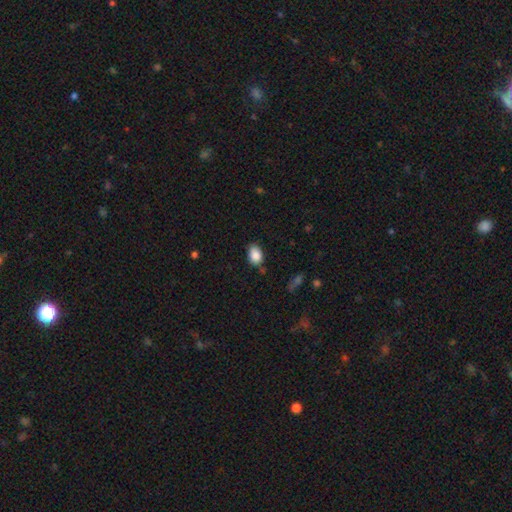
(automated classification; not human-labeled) Smooth or featured? Predicted: smooth (p=0.87). How rounded? Predicted: in between (p=0.79). Merging? Predicted: none (p=0.71).